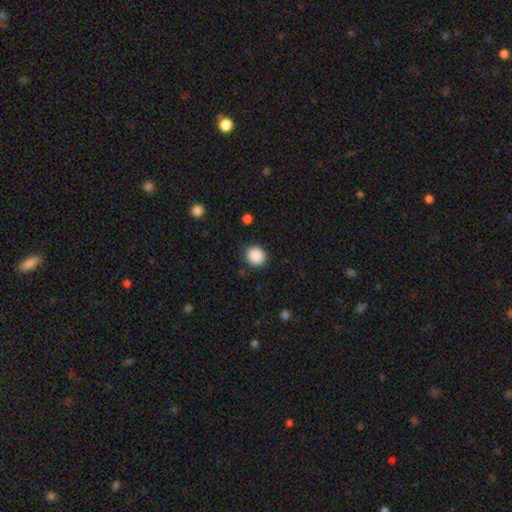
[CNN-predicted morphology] A smooth galaxy with no disk features (89%) that is round (82%).

Vote fractions:
- Smooth or featured? smooth: 89% / star or artifact: 9% / featured or disk: 3%
- How rounded? round: 82% / in between: 17% / cigar-shaped: 1%
- Merging? none: 87% / minor disturbance: 9% / major disturbance: 3% / merger: 1%